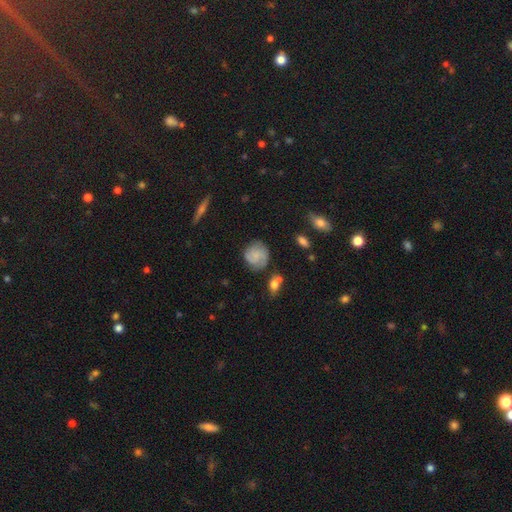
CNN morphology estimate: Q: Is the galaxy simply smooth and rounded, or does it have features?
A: smooth — 50%.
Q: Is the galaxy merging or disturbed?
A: none — 71%.